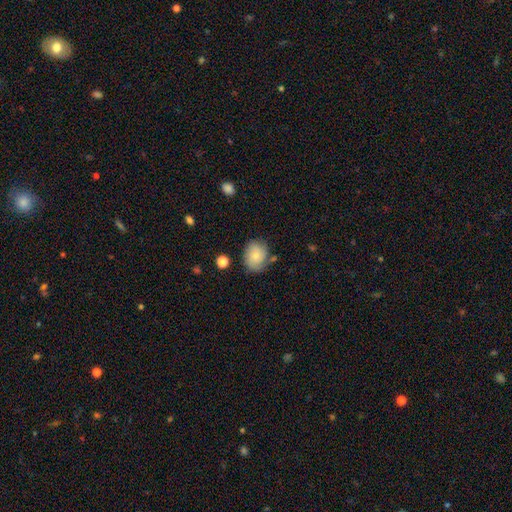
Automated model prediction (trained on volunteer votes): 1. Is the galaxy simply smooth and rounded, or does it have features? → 71% smooth, 21% featured or disk, 8% star or artifact.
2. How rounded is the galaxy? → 55% round, 44% in between, 1% cigar-shaped.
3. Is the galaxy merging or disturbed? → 64% none, 24% minor disturbance, 7% major disturbance, 5% merger.